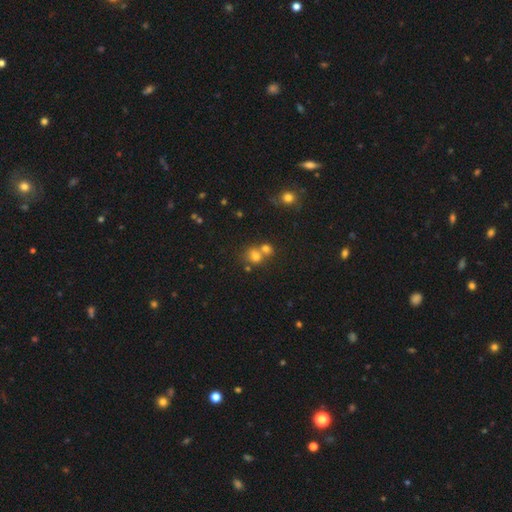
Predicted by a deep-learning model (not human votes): Q: Smooth or featured?
A: smooth (70%); runner-up: star or artifact (18%)
Q: How rounded?
A: round (70%); runner-up: in between (29%)
Q: Merging?
A: merger (50%); runner-up: none (39%)